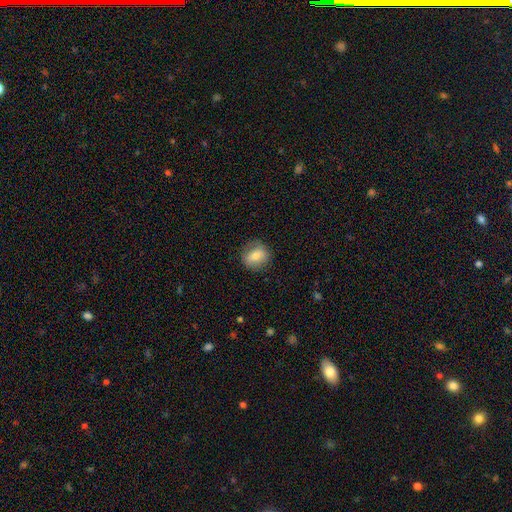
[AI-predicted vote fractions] Smooth or featured? smooth (70%)
How rounded? round (75%)
Merging? none (82%)